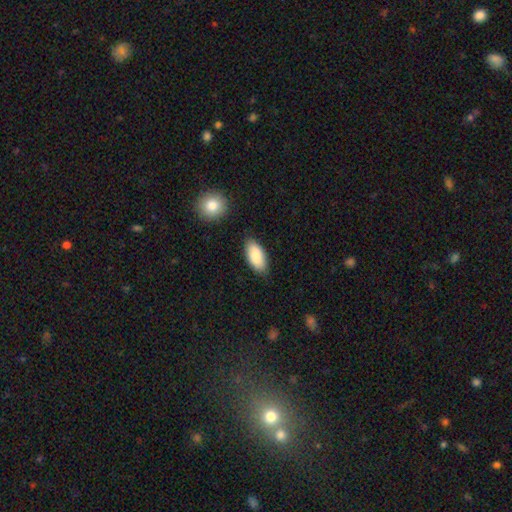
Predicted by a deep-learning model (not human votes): Smooth or featured: smooth — 87% (featured or disk — 7%)
How rounded: in between — 90% (cigar-shaped — 8%)
Merging: none — 82% (minor disturbance — 13%)